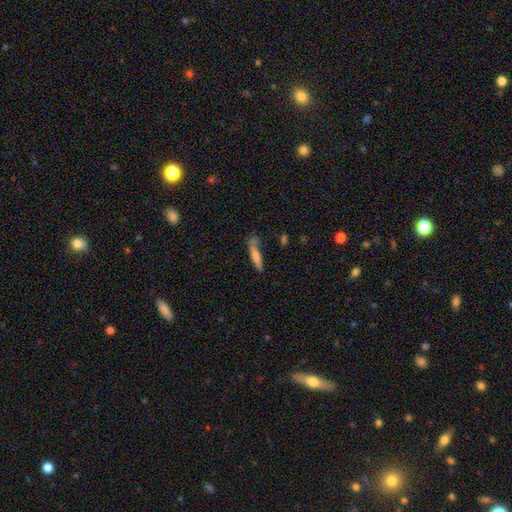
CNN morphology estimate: smooth_or_featured: smooth (p=0.60) [alt: featured or disk p=0.32]
how_rounded: cigar-shaped (p=0.86) [alt: in between p=0.12]
merging: none (p=0.57) [alt: minor disturbance p=0.26]